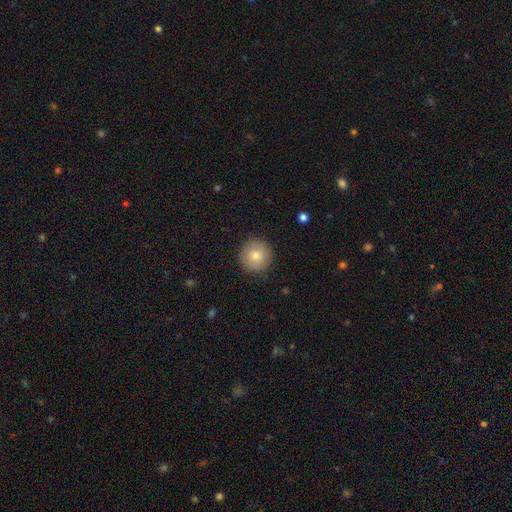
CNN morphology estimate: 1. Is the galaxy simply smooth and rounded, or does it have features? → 79% smooth, 11% featured or disk, 9% star or artifact.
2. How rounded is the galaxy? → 95% round, 4% in between, 1% cigar-shaped.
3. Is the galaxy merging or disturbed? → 91% none, 6% minor disturbance, 2% major disturbance, 1% merger.